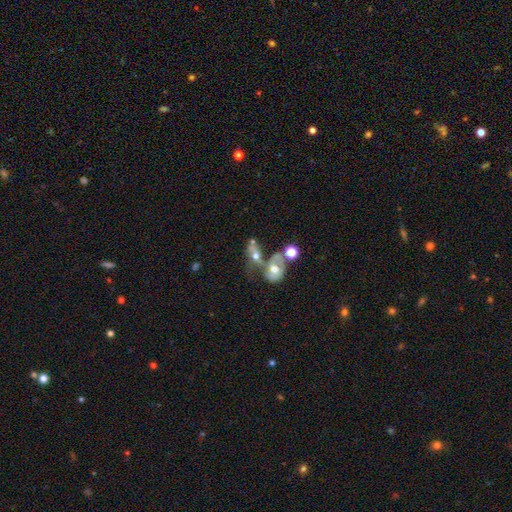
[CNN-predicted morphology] The model was most divided on "smooth or featured": featured or disk: 45%, smooth: 43%, star or artifact: 12%. More confident: merging — merger (64%).